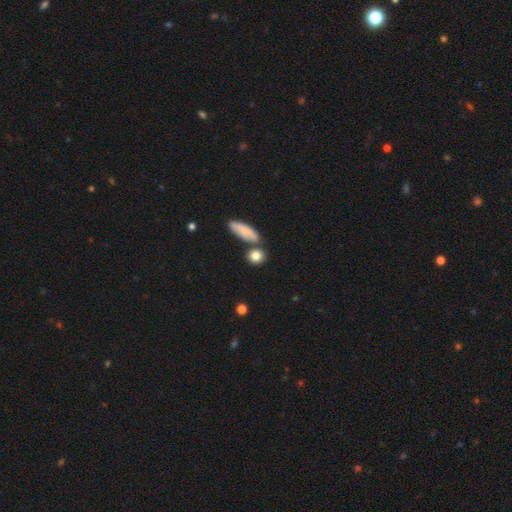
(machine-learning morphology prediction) Overall: smooth (84%). How rounded: round (62%; in between 28%). Merging: none (71%).